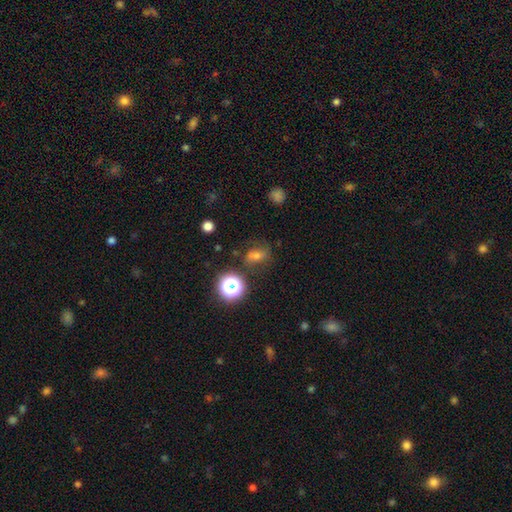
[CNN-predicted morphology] This is possibly a smooth galaxy (51%). How rounded: possibly in between (53%). Merging: likely none (67%).